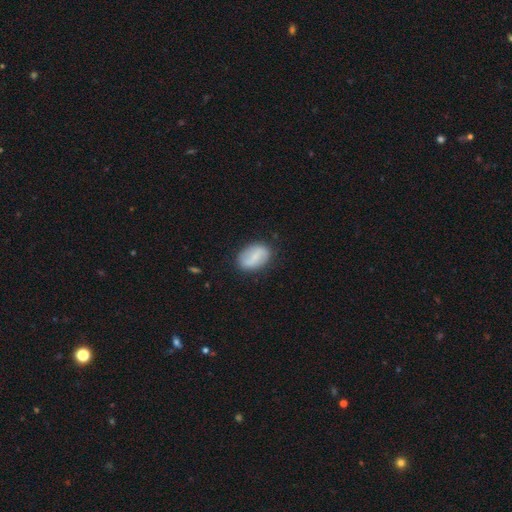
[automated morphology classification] smooth_or_featured: smooth (p=0.58) [alt: featured or disk p=0.35]
how_rounded: in between (p=0.82) [alt: round p=0.16]
merging: none (p=0.81) [alt: minor disturbance p=0.14]